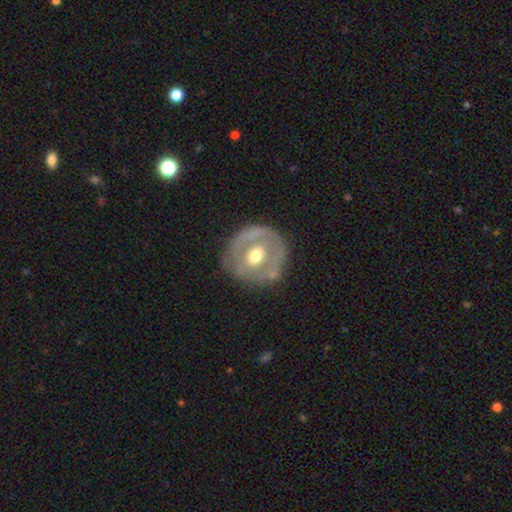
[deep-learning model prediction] Q: Smooth or featured?
A: featured or disk (57%); runner-up: smooth (37%)
Q: Edge-on disk?
A: no (95%); runner-up: yes (5%)
Q: Bar?
A: no (58%); runner-up: weak (30%)
Q: Spiral arms?
A: no (80%); runner-up: yes (20%)
Q: Bulge size?
A: moderate (76%); runner-up: small (12%)
Q: Merging?
A: none (70%); runner-up: minor disturbance (19%)